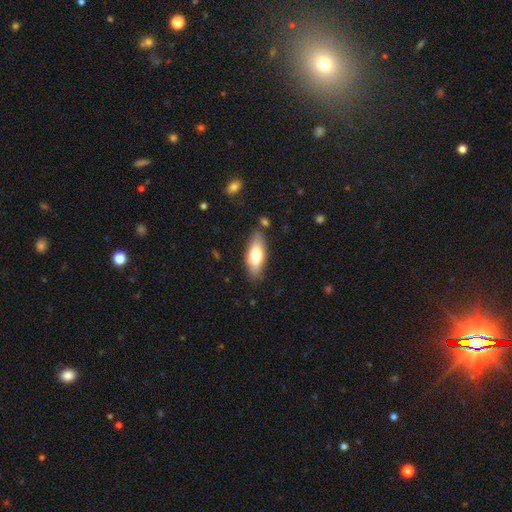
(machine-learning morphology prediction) Q: Smooth or featured?
A: smooth (70%); runner-up: featured or disk (24%)
Q: How rounded?
A: in between (70%); runner-up: cigar-shaped (28%)
Q: Merging?
A: none (81%); runner-up: minor disturbance (13%)